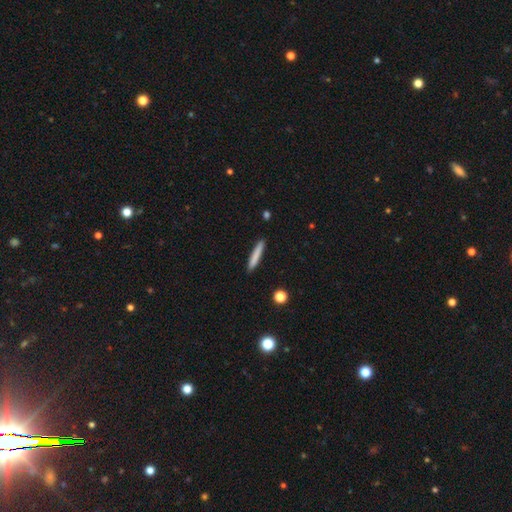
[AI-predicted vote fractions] This appears to be a smooth galaxy with no disk features (79%) that is cigar-shaped (95%). Merging: none (91%).